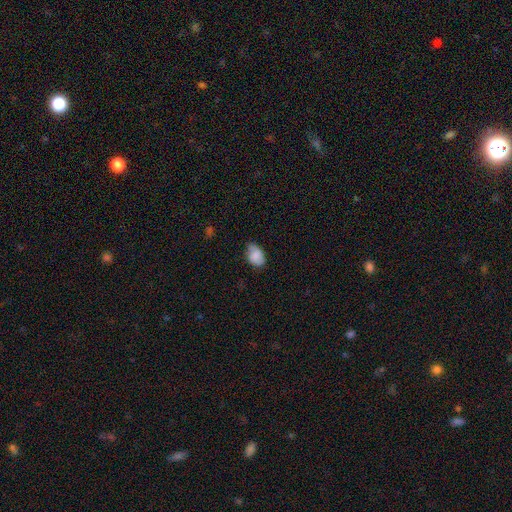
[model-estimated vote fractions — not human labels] The model was most divided on "merging": none: 61%, minor disturbance: 31%, major disturbance: 6%, merger: 2%. More confident: how rounded — in between (82%); smooth or featured — smooth (80%).